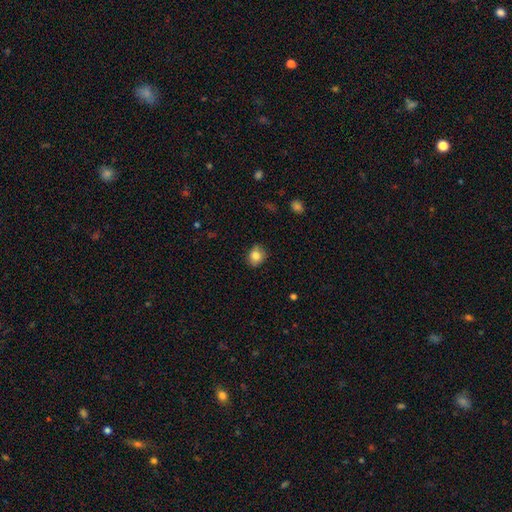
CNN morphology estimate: smooth 82%, star or artifact 9%, featured or disk 8%. Down the decision tree: how rounded — round (63%); merging — none (83%).